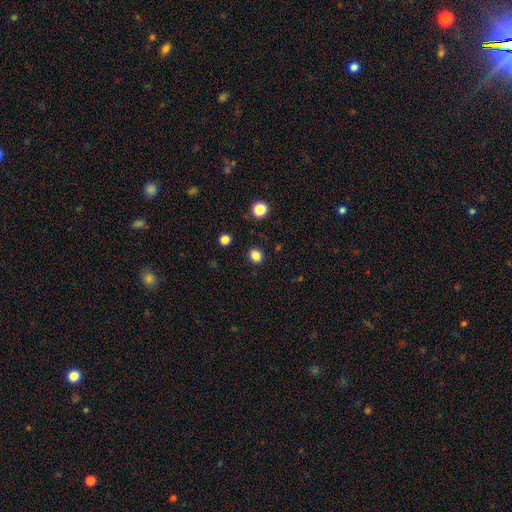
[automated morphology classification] Smooth or featured? smooth (84%)
How rounded? round (62%)
Merging? none (87%)